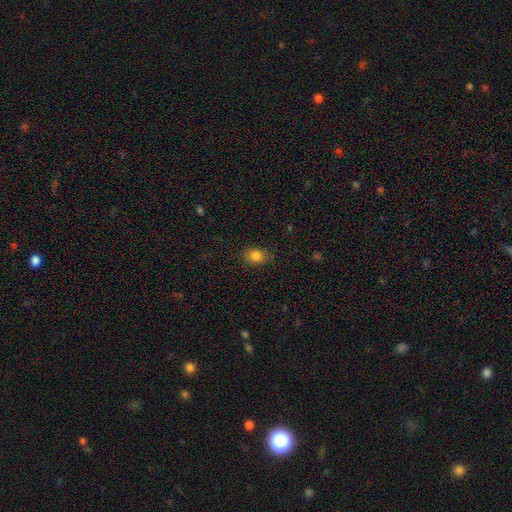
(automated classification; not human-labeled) A smooth galaxy with no disk features (83%) that is in between round and cigar-shaped (64%).

Vote fractions:
- Smooth or featured? smooth: 83% / star or artifact: 11% / featured or disk: 6%
- How rounded? in between: 64% / round: 35% / cigar-shaped: 1%
- Merging? none: 81% / minor disturbance: 15% / major disturbance: 3% / merger: 1%